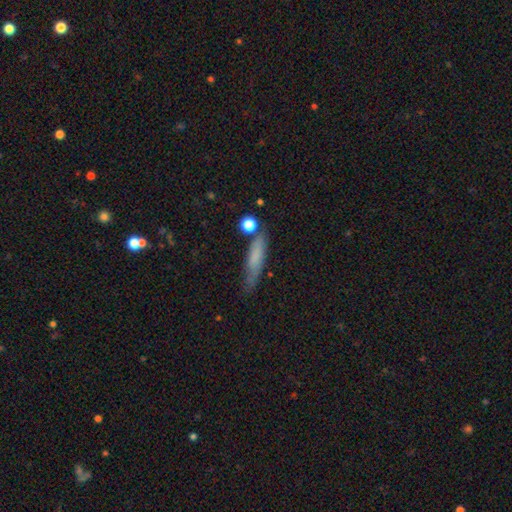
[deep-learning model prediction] Morphology: type=smooth (69%); roundness=cigar-shaped (78%); merging=none (65%).